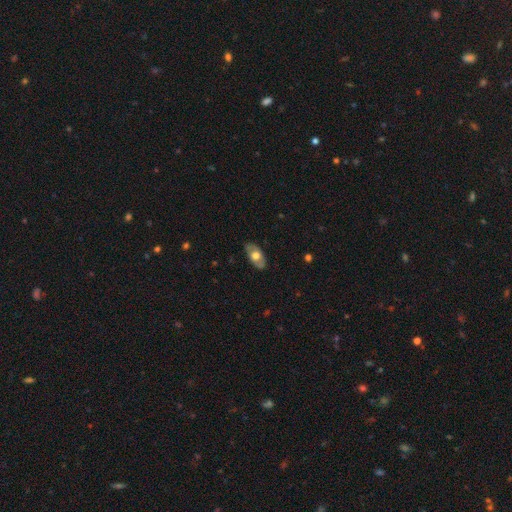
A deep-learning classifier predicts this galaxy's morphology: smooth-or-featured: smooth: 54% | featured or disk: 40% | star or artifact: 6%
  how-rounded: in between: 91% | round: 5% | cigar-shaped: 3%
  merging: none: 82% | minor disturbance: 14% | major disturbance: 3% | merger: 1%